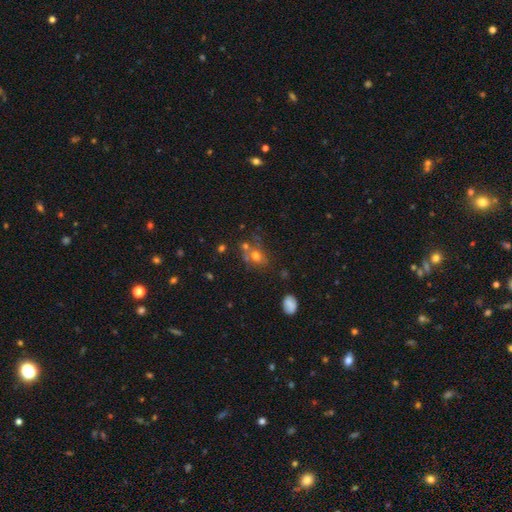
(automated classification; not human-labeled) Smooth or featured: smooth — 65% (featured or disk — 18%)
How rounded: in between — 50% (round — 48%)
Merging: none — 50% (merger — 26%)